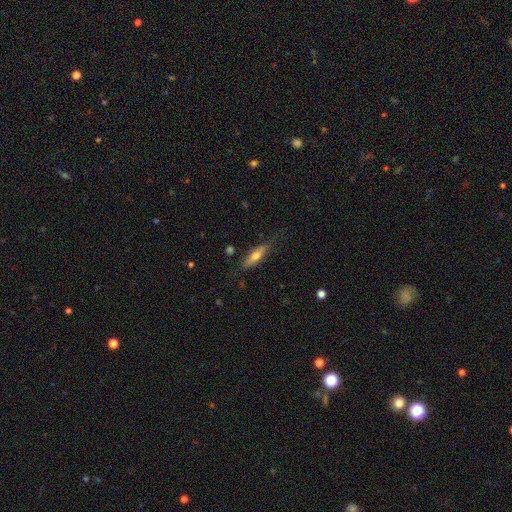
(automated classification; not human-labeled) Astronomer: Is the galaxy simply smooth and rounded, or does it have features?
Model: smooth — 52% (runner-up: featured or disk, 42%).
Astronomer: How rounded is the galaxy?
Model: cigar-shaped — 67%.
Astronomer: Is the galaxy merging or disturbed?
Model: none — 72%.